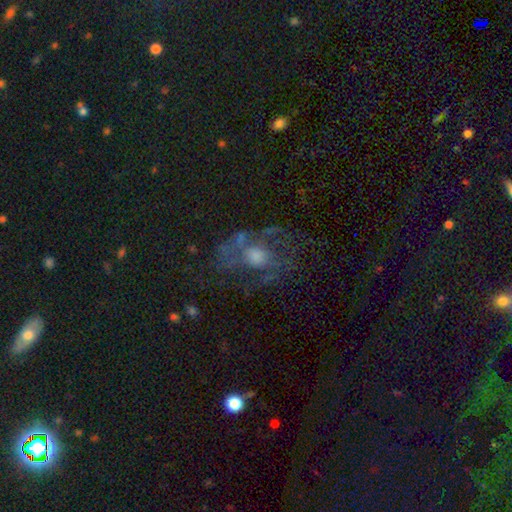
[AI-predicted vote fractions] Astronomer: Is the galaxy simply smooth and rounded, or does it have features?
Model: featured or disk — 61%.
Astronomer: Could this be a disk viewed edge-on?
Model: no — 96%.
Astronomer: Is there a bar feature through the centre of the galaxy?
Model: no — 79%.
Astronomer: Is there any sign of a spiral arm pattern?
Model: no — 54% (runner-up: yes, 46%).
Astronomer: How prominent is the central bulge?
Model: moderate — 47%.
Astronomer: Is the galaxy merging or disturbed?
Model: none — 45% (runner-up: major disturbance, 34%).